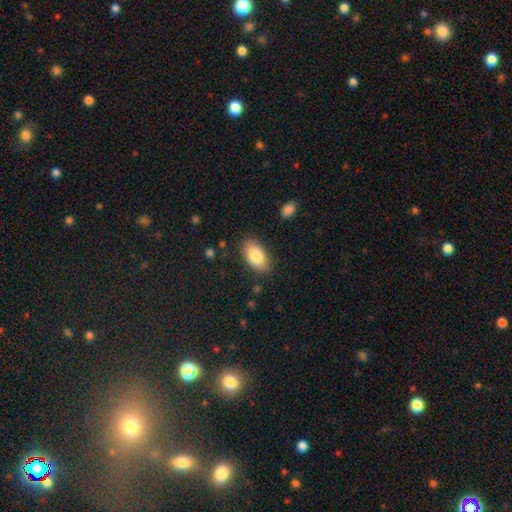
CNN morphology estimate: type=smooth (82%); roundness=in between (93%); merging=none (85%).